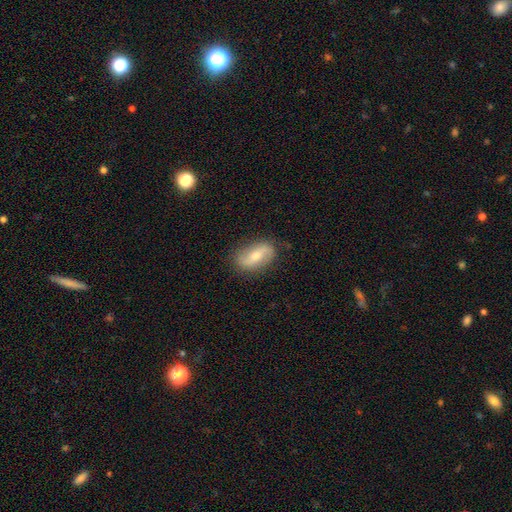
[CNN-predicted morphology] Overall: featured or disk (63%; smooth 30%). Edge-on disk: no (93%). Bar: weak (38%; no 34%). Spiral arms: yes (84%). Bulge size: moderate (61%; small 32%). Merging: none (83%).